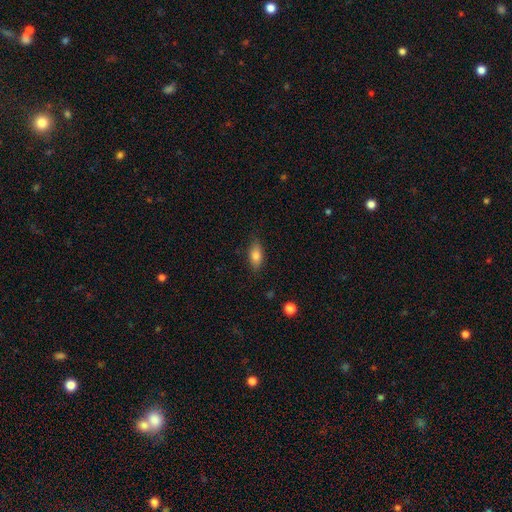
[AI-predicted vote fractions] Morphology: type=smooth (80%); roundness=in between (85%); merging=none (83%).